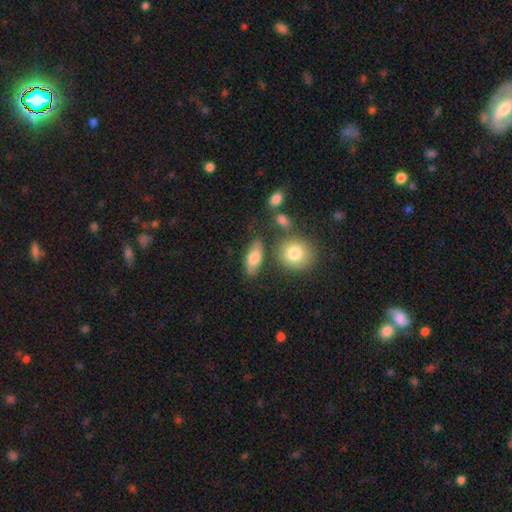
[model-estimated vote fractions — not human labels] Smooth or featured? Predicted: smooth (p=0.76). How rounded? Predicted: in between (p=0.77). Merging? Predicted: none (p=0.73).